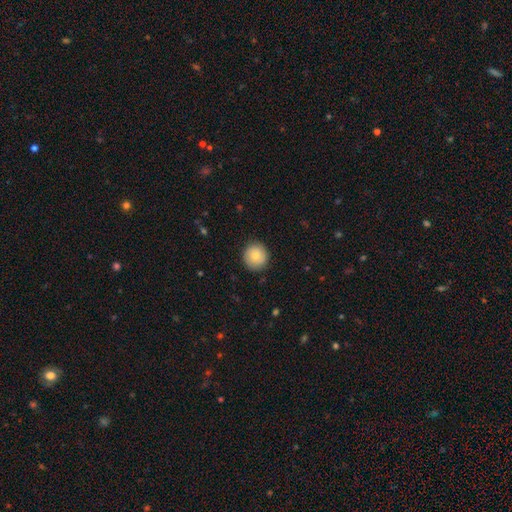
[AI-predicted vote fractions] smooth-or-featured: smooth: 80% | featured or disk: 12% | star or artifact: 8%
  how-rounded: round: 94% | in between: 5% | cigar-shaped: 1%
  merging: none: 89% | minor disturbance: 8% | major disturbance: 2% | merger: 1%